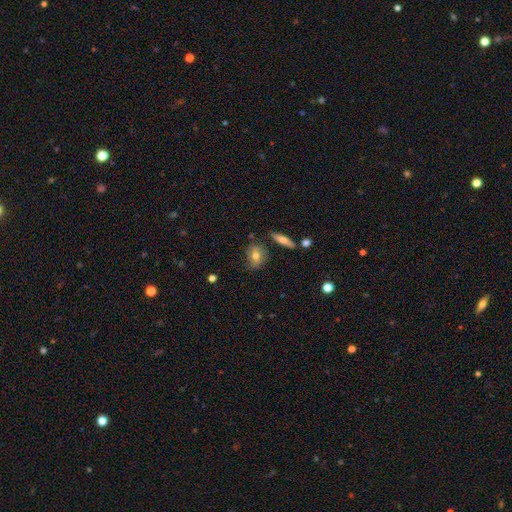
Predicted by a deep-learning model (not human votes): smooth 68%, featured or disk 23%, star or artifact 9%. Down the decision tree: how rounded — in between (59%); merging — none (73%).